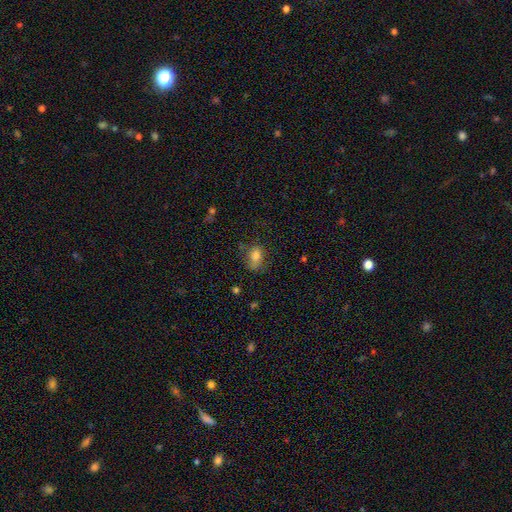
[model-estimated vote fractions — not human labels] Smooth or featured? Predicted: smooth (p=0.78). How rounded? Predicted: in between (p=0.75). Merging? Predicted: none (p=0.62).